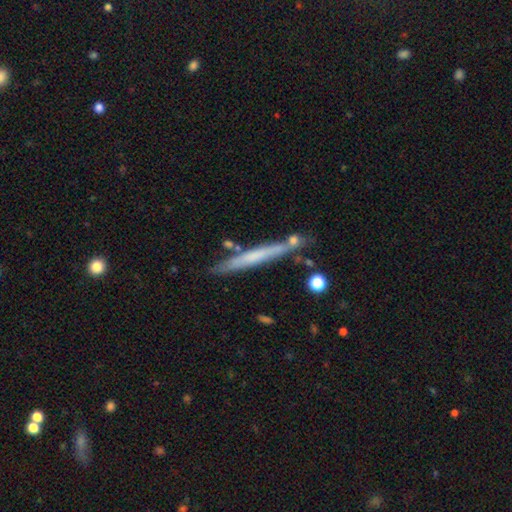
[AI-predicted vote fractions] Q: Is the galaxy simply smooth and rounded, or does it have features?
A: featured or disk — 47%.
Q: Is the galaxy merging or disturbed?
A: none — 77%.